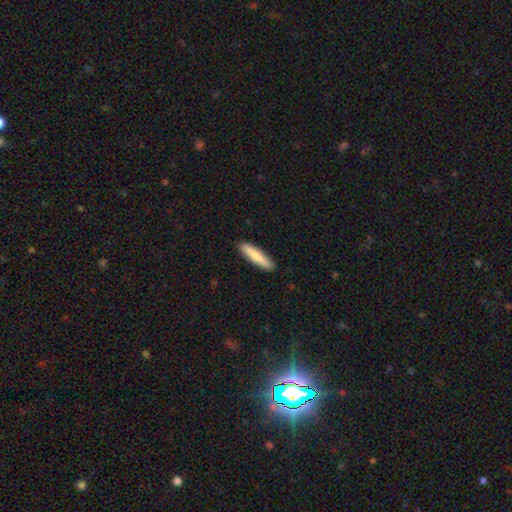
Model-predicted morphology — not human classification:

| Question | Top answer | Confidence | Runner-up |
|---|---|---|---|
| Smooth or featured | smooth | 81% | featured or disk (14%) |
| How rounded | cigar-shaped | 86% | in between (13%) |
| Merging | none | 90% | minor disturbance (7%) |